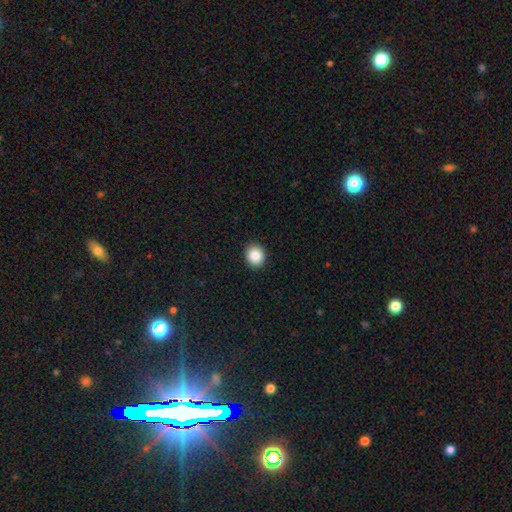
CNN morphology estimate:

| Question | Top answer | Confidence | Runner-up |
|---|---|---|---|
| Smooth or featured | smooth | 87% | star or artifact (9%) |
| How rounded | round | 72% | in between (27%) |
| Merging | none | 92% | minor disturbance (6%) |